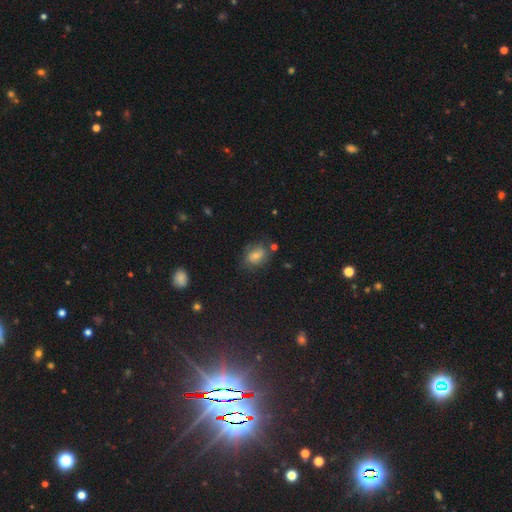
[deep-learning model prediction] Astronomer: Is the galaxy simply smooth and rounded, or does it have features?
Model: smooth — 57%.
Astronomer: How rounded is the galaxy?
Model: in between — 63%.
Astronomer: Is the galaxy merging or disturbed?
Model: none — 64%.